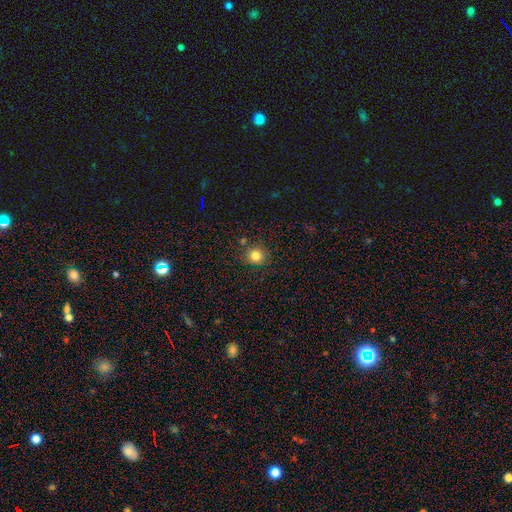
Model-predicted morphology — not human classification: A smooth galaxy with no disk features (81%) that is round (89%). Merging: none (83%).